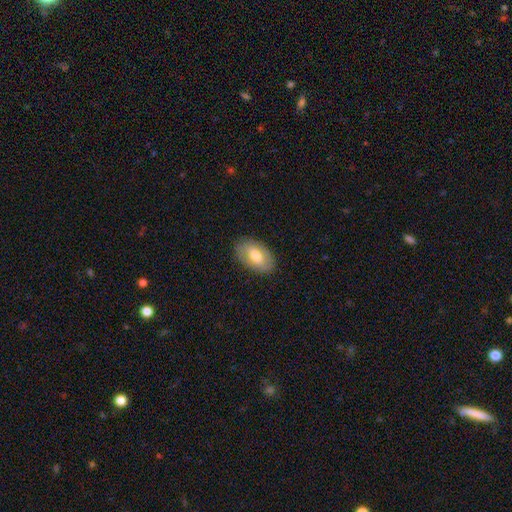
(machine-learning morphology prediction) Smooth or featured? smooth (64%)
How rounded? in between (93%)
Merging? none (84%)